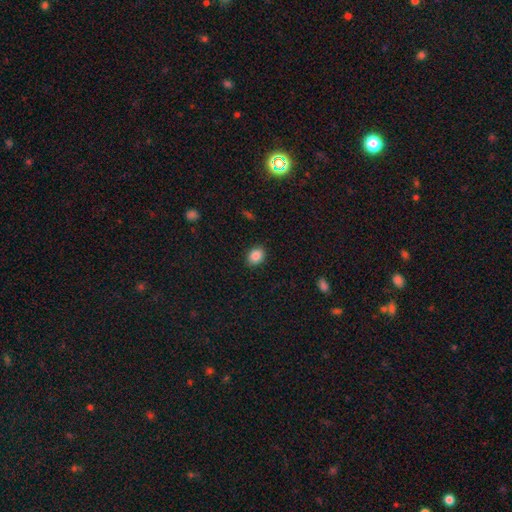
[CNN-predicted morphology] Smooth or featured?
  - smooth: 87% *
  - star or artifact: 9%
  - featured or disk: 4%
How rounded?
  - in between: 58% *
  - round: 41%
  - cigar-shaped: 1%
Merging?
  - none: 88% *
  - minor disturbance: 8%
  - major disturbance: 2%
  - merger: 1%